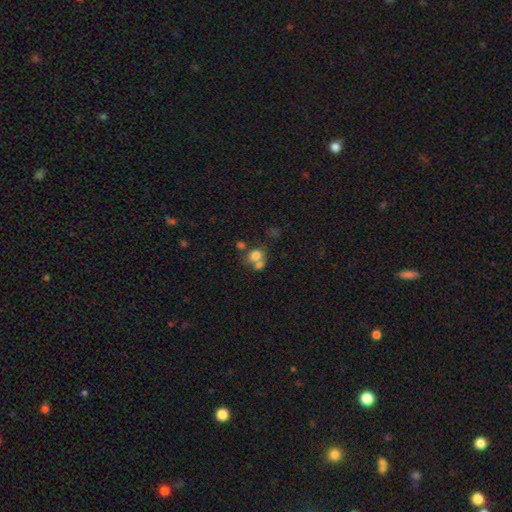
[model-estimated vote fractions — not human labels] This appears to be a smooth galaxy with no disk features (75%) that is in between round and cigar-shaped (50%). Merging: merger (47%).